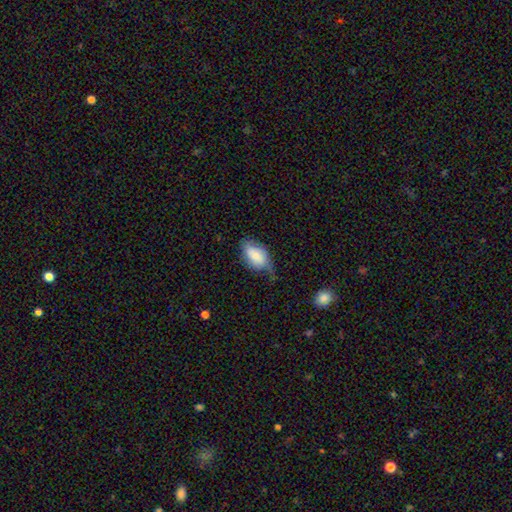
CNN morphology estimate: Overall: smooth (73%). How rounded: in between (92%). Merging: minor disturbance (41%; none 36%).